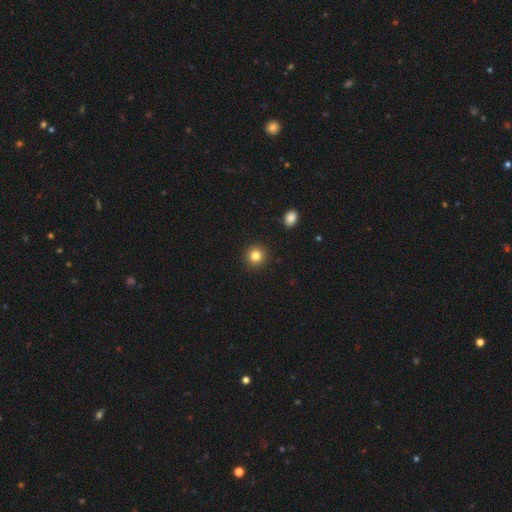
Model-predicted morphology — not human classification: A smooth galaxy with no disk features (83%) that is round (94%).

Vote fractions:
- Smooth or featured? smooth: 83% / star or artifact: 11% / featured or disk: 6%
- How rounded? round: 94% / in between: 5% / cigar-shaped: 1%
- Merging? none: 92% / minor disturbance: 5% / major disturbance: 2% / merger: 1%